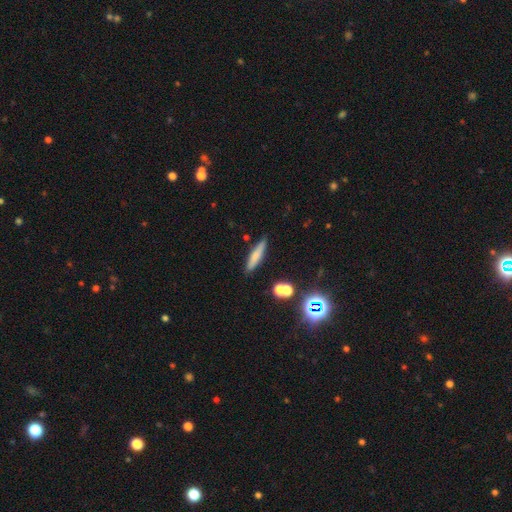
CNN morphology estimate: Smooth or featured: smooth — 68% (featured or disk — 22%)
How rounded: cigar-shaped — 86% (in between — 12%)
Merging: none — 85% (minor disturbance — 9%)